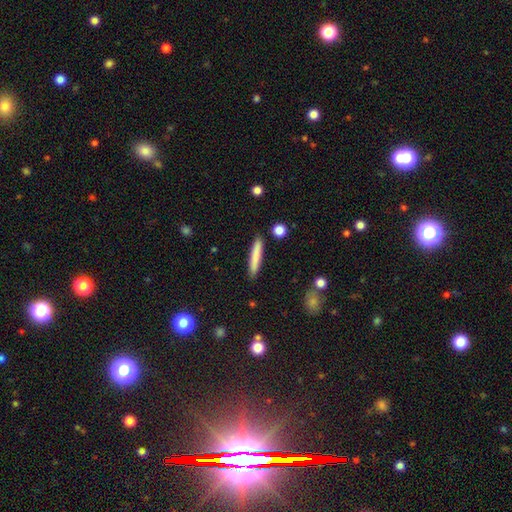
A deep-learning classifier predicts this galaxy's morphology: smooth 80%, featured or disk 14%, star or artifact 6%. Down the decision tree: how rounded — cigar-shaped (93%); merging — none (90%).